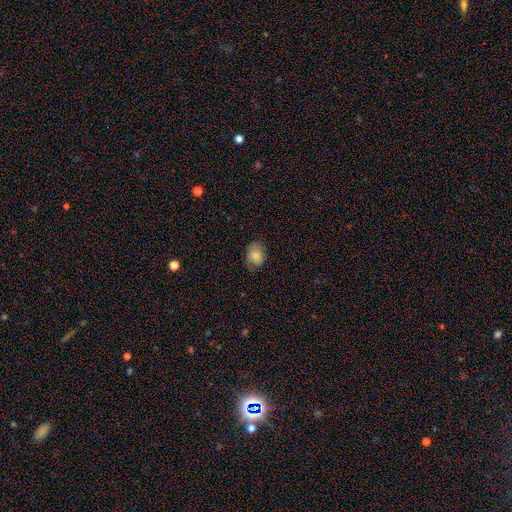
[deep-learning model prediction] The model was most divided on "merging": none: 61%, minor disturbance: 28%, major disturbance: 10%, merger: 1%. More confident: smooth or featured — smooth (69%); how rounded — in between (68%).